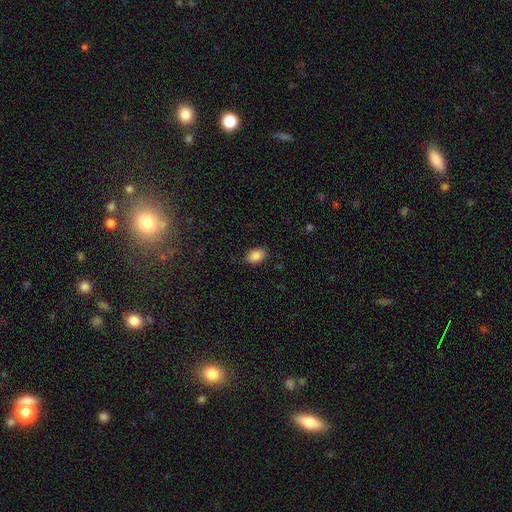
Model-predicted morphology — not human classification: smooth_or_featured: smooth (p=0.87) [alt: star or artifact p=0.08]
how_rounded: in between (p=0.89) [alt: round p=0.09]
merging: none (p=0.86) [alt: minor disturbance p=0.10]